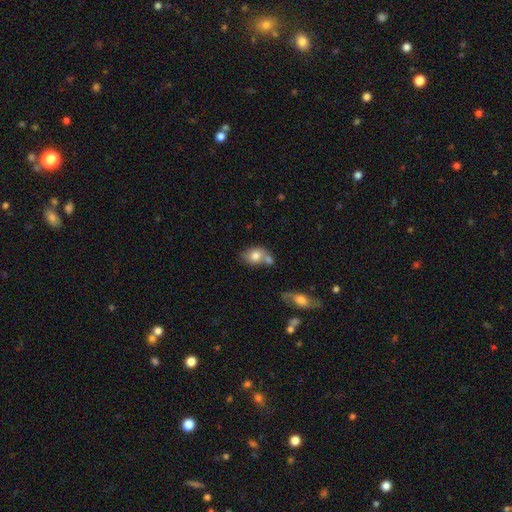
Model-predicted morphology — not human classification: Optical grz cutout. It shows a smooth galaxy with no disk features (77%) that is in between round and cigar-shaped (70%). Merging: none (41%).